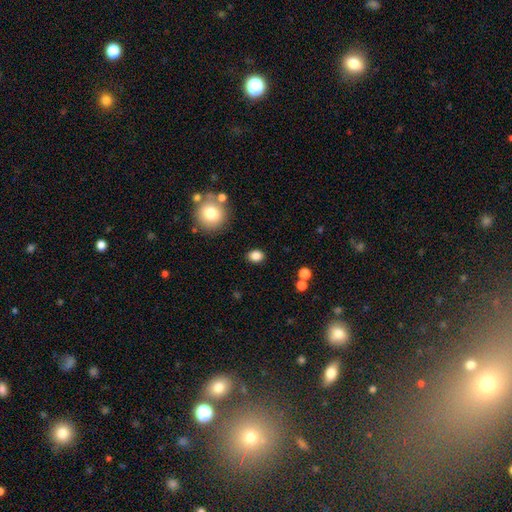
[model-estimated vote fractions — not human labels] smooth_or_featured: smooth (p=0.85) [alt: star or artifact p=0.11]
how_rounded: in between (p=0.55) [alt: round p=0.44]
merging: none (p=0.86) [alt: minor disturbance p=0.09]